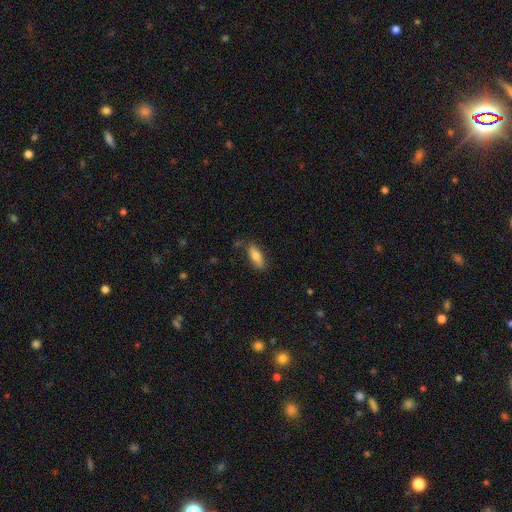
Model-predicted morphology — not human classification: This appears to be a smooth galaxy with no disk features (78%) that is in between round and cigar-shaped (74%). Merging: none (72%).